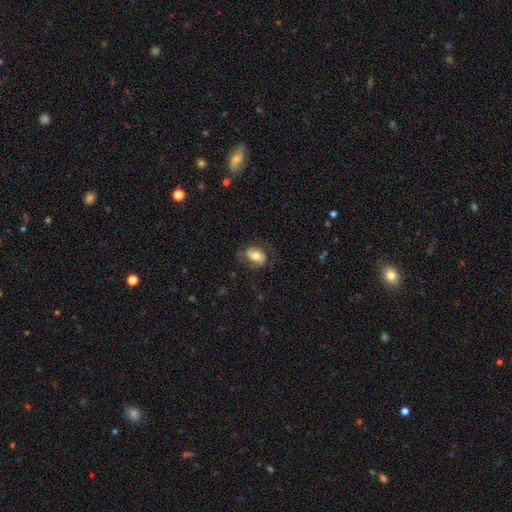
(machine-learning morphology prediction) smooth-or-featured: smooth: 57% | featured or disk: 35% | star or artifact: 8%
  how-rounded: in between: 81% | round: 18% | cigar-shaped: 2%
  merging: none: 62% | minor disturbance: 23% | major disturbance: 14% | merger: 1%